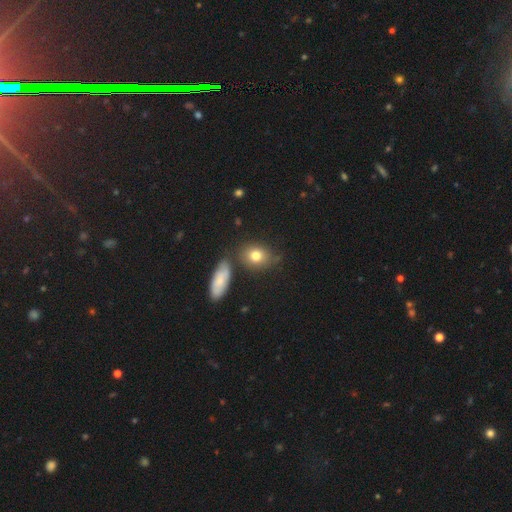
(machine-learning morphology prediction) Smooth or featured? smooth (78%)
How rounded? in between (52%)
Merging? none (70%)